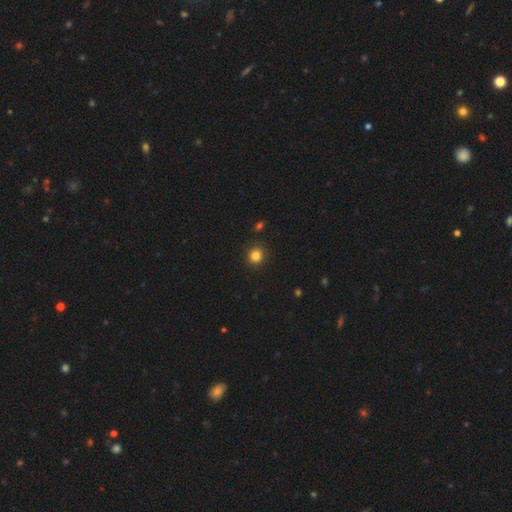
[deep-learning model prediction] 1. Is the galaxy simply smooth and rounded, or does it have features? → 83% smooth, 12% star or artifact, 5% featured or disk.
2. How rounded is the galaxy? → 90% round, 9% in between, 1% cigar-shaped.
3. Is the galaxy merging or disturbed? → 91% none, 6% minor disturbance, 2% major disturbance, 1% merger.